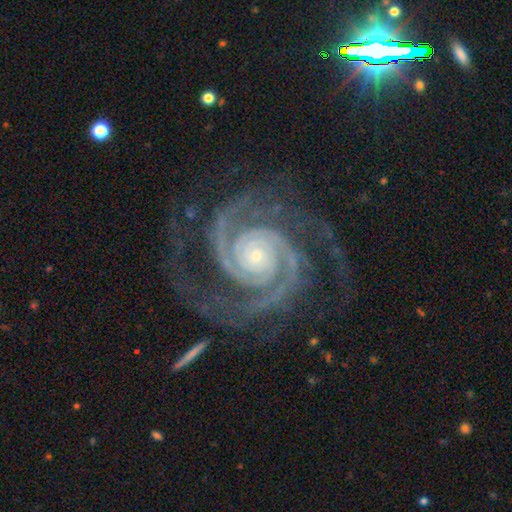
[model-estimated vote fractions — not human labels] Smooth or featured: featured or disk — 94% (star or artifact — 4%)
Edge-on disk: no — 98% (yes — 2%)
Bar: no — 75% (weak — 15%)
Spiral arms: yes — 99% (no — 1%)
Spiral winding: tight — 72% (medium — 26%)
Spiral arm count: 2 — 70% (3 — 13%)
Bulge size: small — 77% (moderate — 18%)
Merging: none — 74% (minor disturbance — 14%)